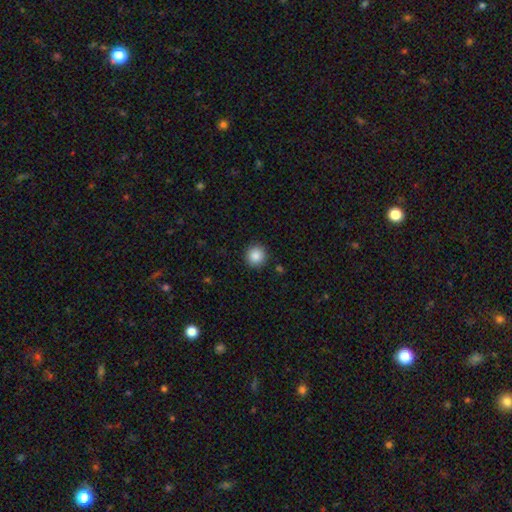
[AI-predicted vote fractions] smooth_or_featured: smooth (p=0.87) [alt: star or artifact p=0.09]
how_rounded: round (p=0.94) [alt: in between p=0.05]
merging: none (p=0.91) [alt: minor disturbance p=0.06]